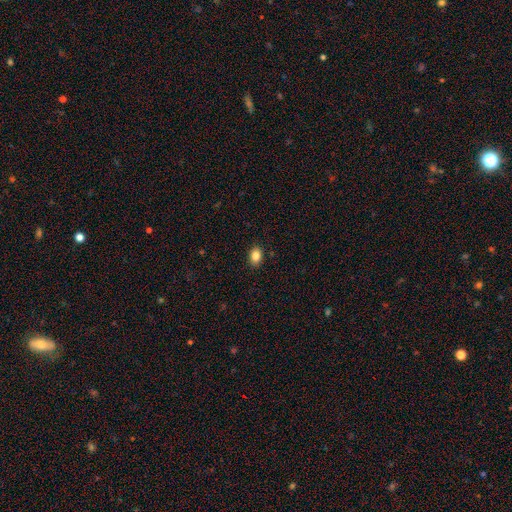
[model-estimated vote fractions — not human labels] Smooth or featured? smooth (85%)
How rounded? in between (75%)
Merging? none (89%)